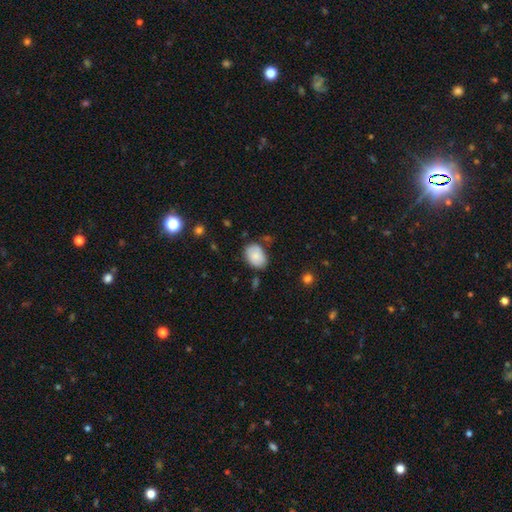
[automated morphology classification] A smooth galaxy with no disk features (79%) that is in between round and cigar-shaped (81%). Merging: none (69%).